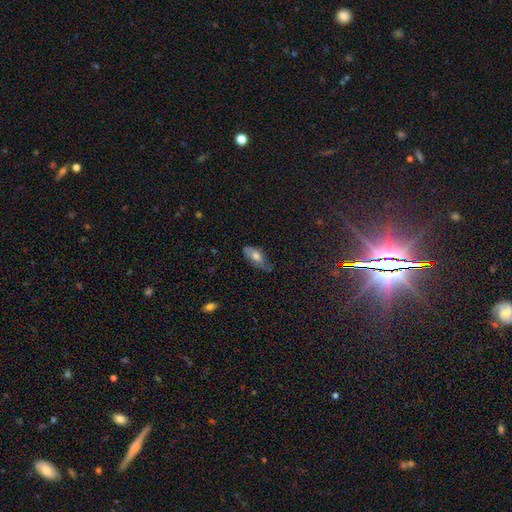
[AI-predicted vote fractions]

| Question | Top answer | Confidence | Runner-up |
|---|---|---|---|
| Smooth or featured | smooth | 58% | featured or disk (33%) |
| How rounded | in between | 83% | cigar-shaped (13%) |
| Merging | none | 50% | minor disturbance (35%) |